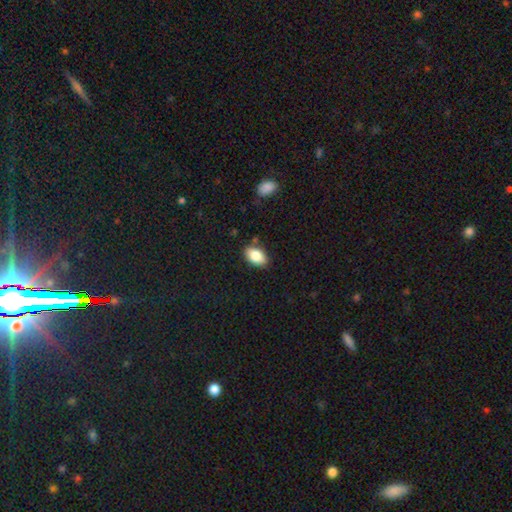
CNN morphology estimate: A smooth galaxy with no disk features (85%) that is in between round and cigar-shaped (91%). Merging: none (82%).